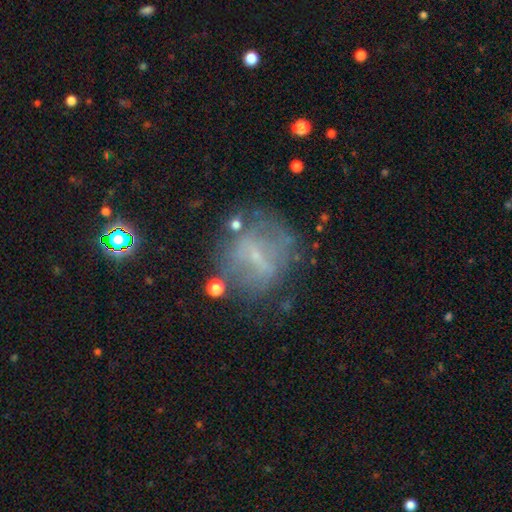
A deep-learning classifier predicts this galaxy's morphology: Smooth or featured? Predicted: featured or disk (p=0.56). Edge-on disk? Predicted: no (p=0.93). Bar? Predicted: weak (p=0.43). Spiral arms? Predicted: no (p=0.65). Bulge size? Predicted: small (p=0.68). Merging? Predicted: none (p=0.60).